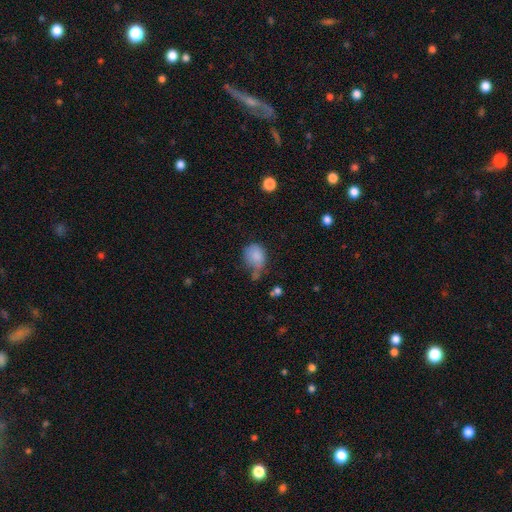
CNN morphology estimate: smooth 82%, star or artifact 10%, featured or disk 8%. Down the decision tree: how rounded — in between (52%); merging — none (40%).